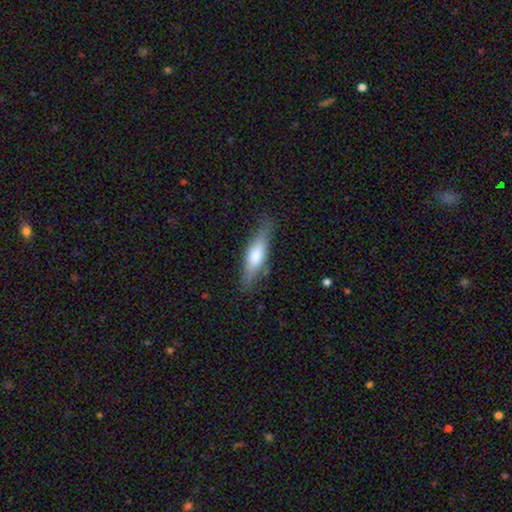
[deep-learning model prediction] Smooth or featured?
  - smooth: 60% *
  - featured or disk: 35%
  - star or artifact: 6%
How rounded?
  - cigar-shaped: 60% *
  - in between: 38%
  - round: 2%
Merging?
  - none: 76% *
  - minor disturbance: 18%
  - major disturbance: 4%
  - merger: 2%